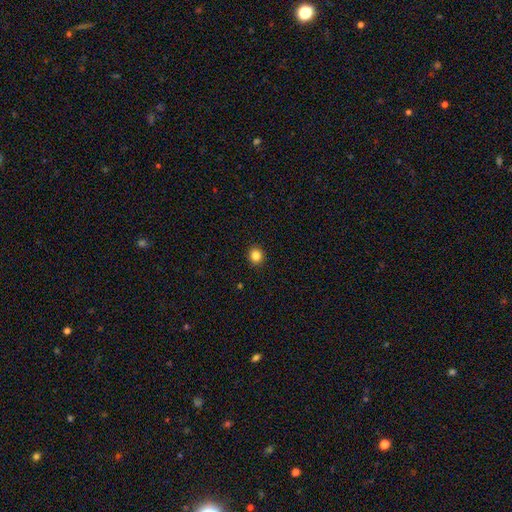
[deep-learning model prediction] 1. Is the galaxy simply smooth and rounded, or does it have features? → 84% smooth, 11% star or artifact, 4% featured or disk.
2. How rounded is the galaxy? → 86% round, 13% in between, 1% cigar-shaped.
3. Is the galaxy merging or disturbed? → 92% none, 5% minor disturbance, 2% major disturbance, 1% merger.